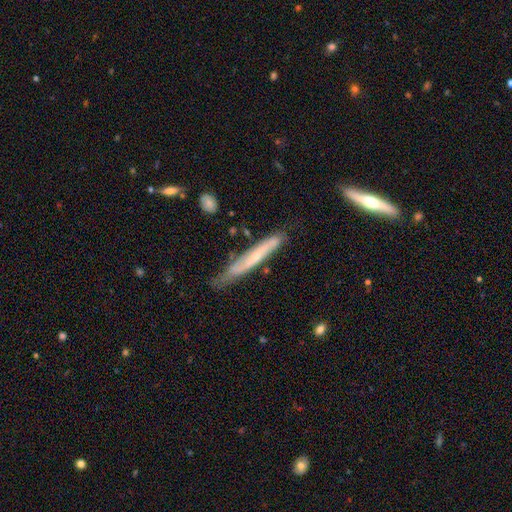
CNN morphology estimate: Overall: featured or disk (61%; smooth 33%). Edge-on disk: yes (78%). Merging: none (64%; minor disturbance 28%).